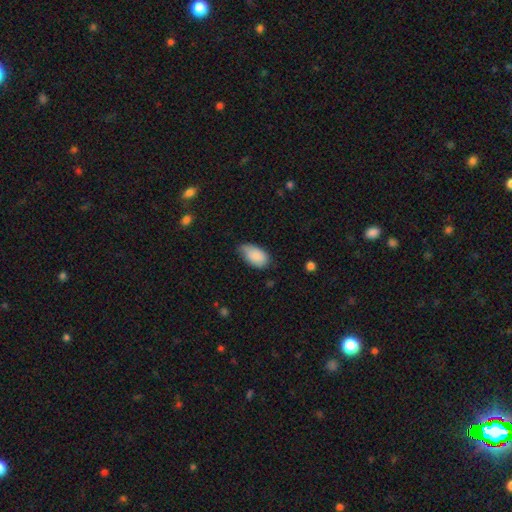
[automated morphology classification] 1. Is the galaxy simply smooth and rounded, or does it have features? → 84% smooth, 10% featured or disk, 7% star or artifact.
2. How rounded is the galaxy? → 93% in between, 5% round, 2% cigar-shaped.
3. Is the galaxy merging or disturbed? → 51% none, 40% minor disturbance, 7% major disturbance, 2% merger.